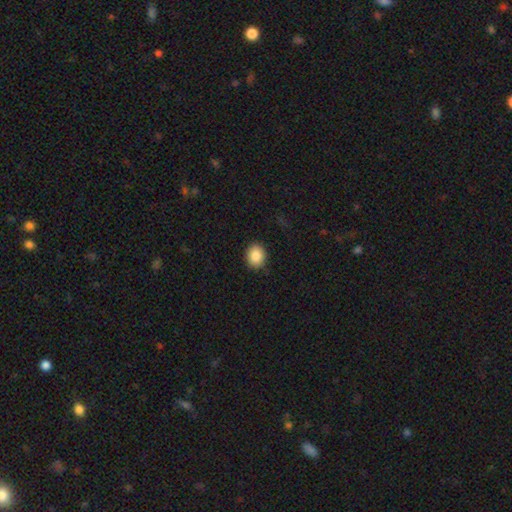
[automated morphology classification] Q: Smooth or featured?
A: smooth (87%); runner-up: star or artifact (8%)
Q: How rounded?
A: round (61%); runner-up: in between (38%)
Q: Merging?
A: none (89%); runner-up: minor disturbance (8%)